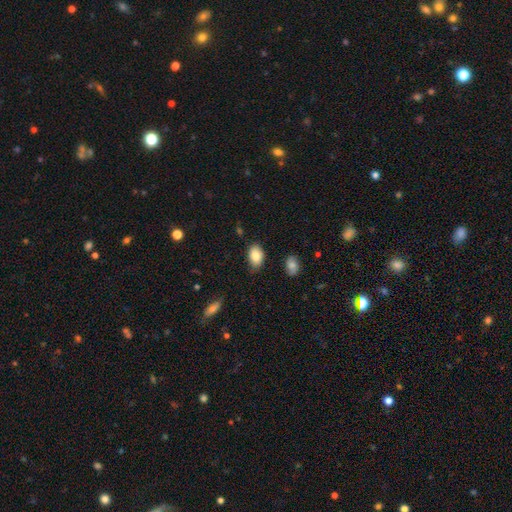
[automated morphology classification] Smooth or featured?
  - smooth: 85% *
  - star or artifact: 8%
  - featured or disk: 7%
How rounded?
  - in between: 90% *
  - round: 9%
  - cigar-shaped: 1%
Merging?
  - none: 75% *
  - minor disturbance: 19%
  - major disturbance: 3%
  - merger: 2%